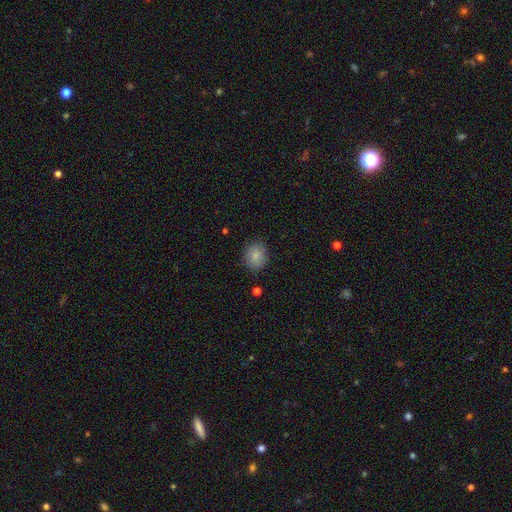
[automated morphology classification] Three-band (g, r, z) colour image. It shows a smooth galaxy with no disk features (85%) that is round (66%). Merging: none (85%).